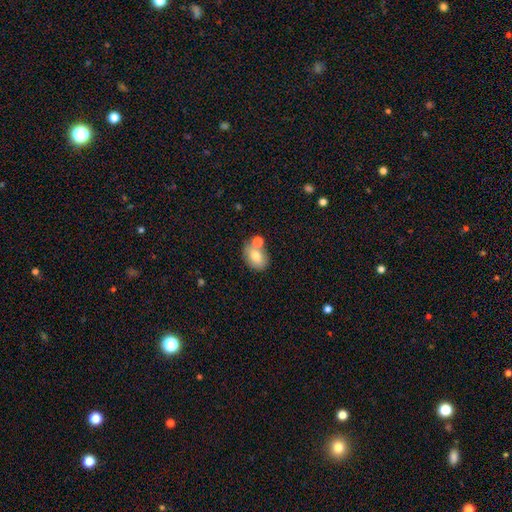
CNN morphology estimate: Smooth or featured?
  - smooth: 75% *
  - featured or disk: 17%
  - star or artifact: 8%
How rounded?
  - in between: 78% *
  - round: 21%
  - cigar-shaped: 1%
Merging?
  - none: 58% *
  - merger: 24%
  - minor disturbance: 14%
  - major disturbance: 4%